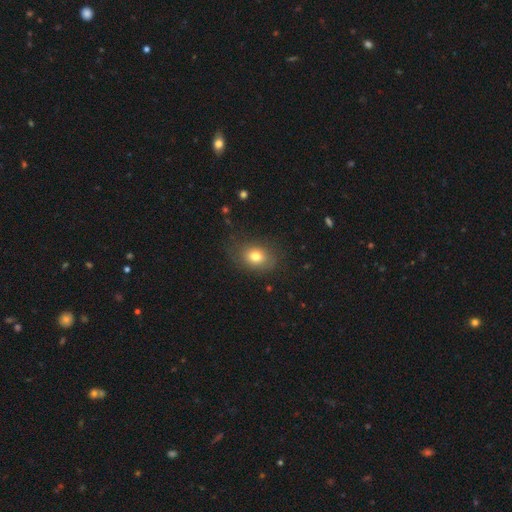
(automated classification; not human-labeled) The model was most divided on "how rounded": in between: 62%, round: 37%, cigar-shaped: 1%. More confident: merging — none (77%); smooth or featured — smooth (76%).